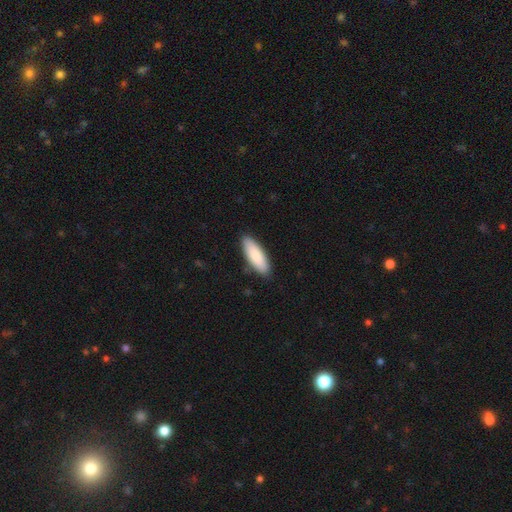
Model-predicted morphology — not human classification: Overall: smooth (86%). How rounded: in between (62%; cigar-shaped 37%). Merging: none (87%).